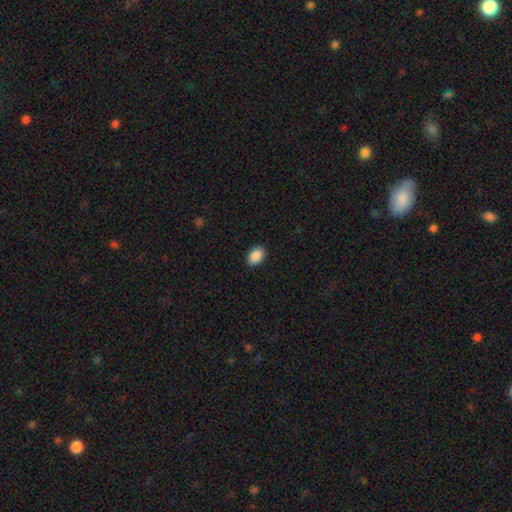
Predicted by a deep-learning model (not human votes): Smooth or featured: smooth — 90% (star or artifact — 7%)
How rounded: in between — 85% (round — 14%)
Merging: none — 90% (minor disturbance — 8%)